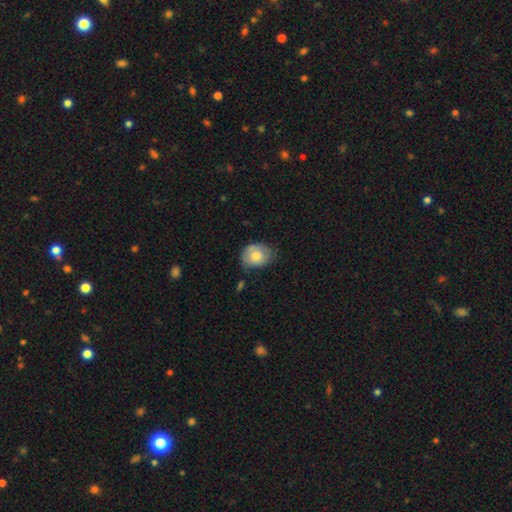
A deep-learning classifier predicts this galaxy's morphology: The model was most divided on "how rounded": in between: 55%, round: 45%, cigar-shaped: 1%. More confident: smooth or featured — smooth (72%); merging — none (54%).